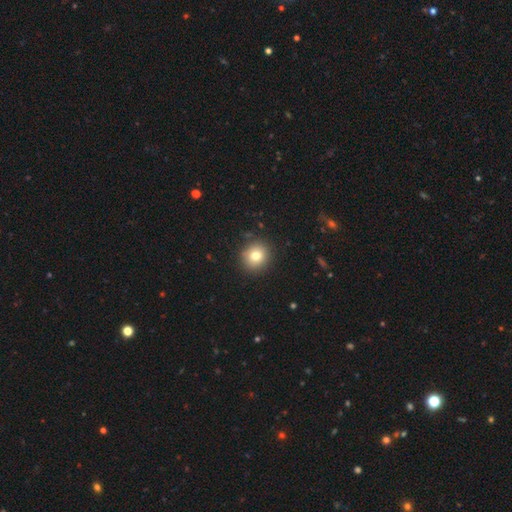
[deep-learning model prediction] smooth_or_featured: smooth (p=0.77) [alt: star or artifact p=0.12]
how_rounded: round (p=0.87) [alt: in between p=0.12]
merging: none (p=0.89) [alt: minor disturbance p=0.07]